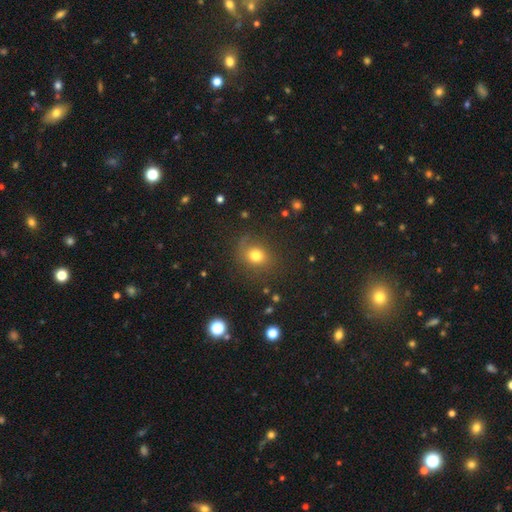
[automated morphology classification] smooth_or_featured: smooth (p=0.75) [alt: star or artifact p=0.16]
how_rounded: round (p=0.71) [alt: in between p=0.27]
merging: none (p=0.80) [alt: minor disturbance p=0.13]